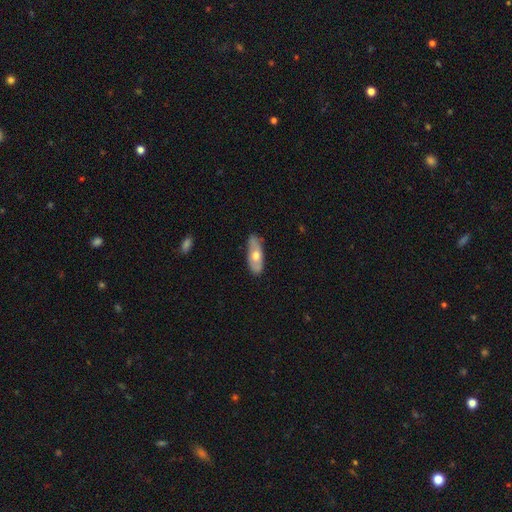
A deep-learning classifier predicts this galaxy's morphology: type=smooth (52%); roundness=in between (78%); merging=none (81%).